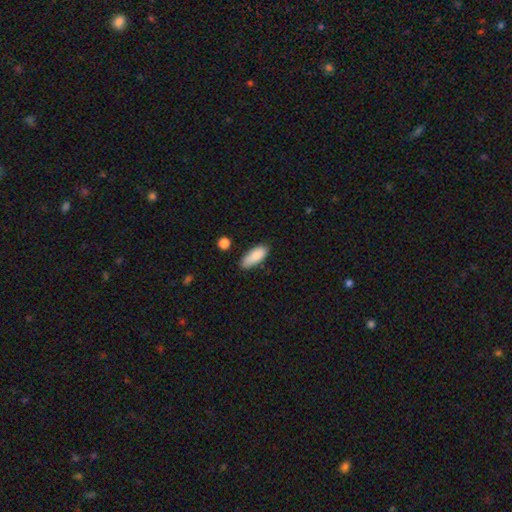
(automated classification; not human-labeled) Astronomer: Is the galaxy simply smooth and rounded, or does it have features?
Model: smooth — 86%.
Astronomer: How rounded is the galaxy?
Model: in between — 78%.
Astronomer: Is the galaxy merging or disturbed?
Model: none — 74%.